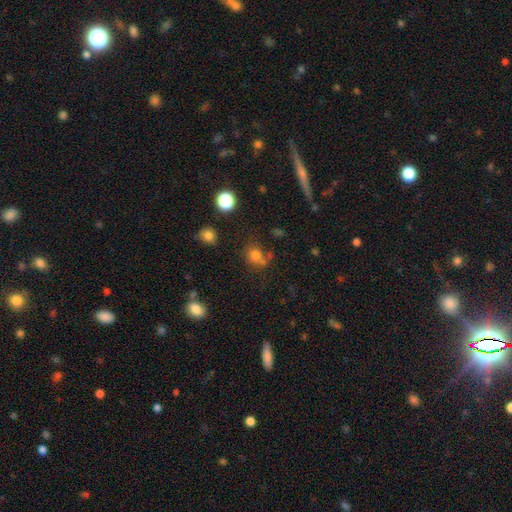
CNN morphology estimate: Overall: smooth (73%). How rounded: round (81%). Merging: none (60%; merger 21%).